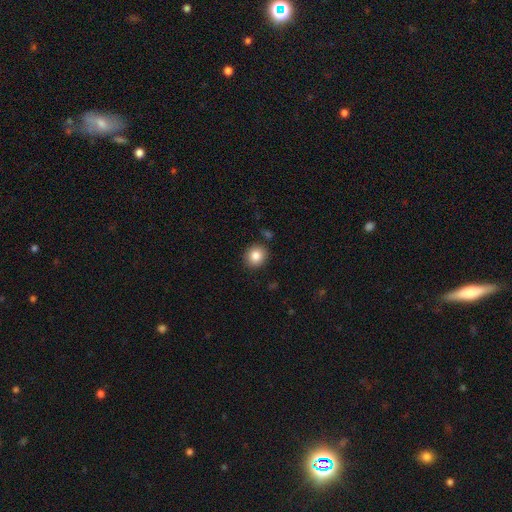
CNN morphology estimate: Overall: smooth (84%). How rounded: round (86%). Merging: none (87%).